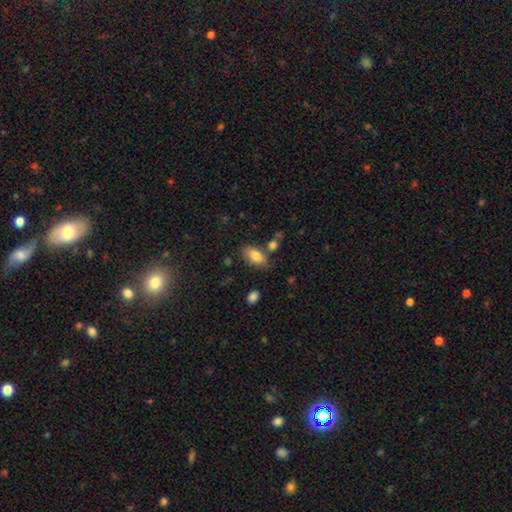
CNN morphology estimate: type=smooth (83%); roundness=in between (92%); merging=none (68%).